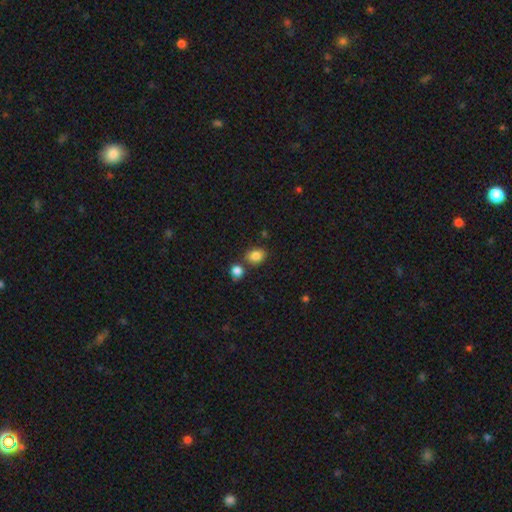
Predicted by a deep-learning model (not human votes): This appears to be a smooth galaxy with no disk features (84%) that is in between round and cigar-shaped (51%). Merging: none (69%).